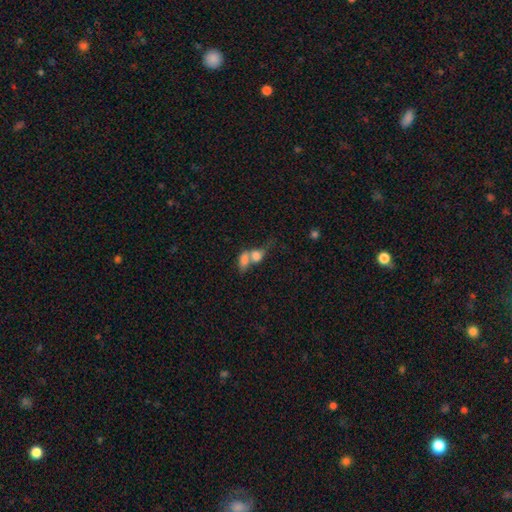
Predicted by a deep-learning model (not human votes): This is likely a smooth galaxy (73%). How rounded: likely in between (73%). Merging: likely merger (74%).